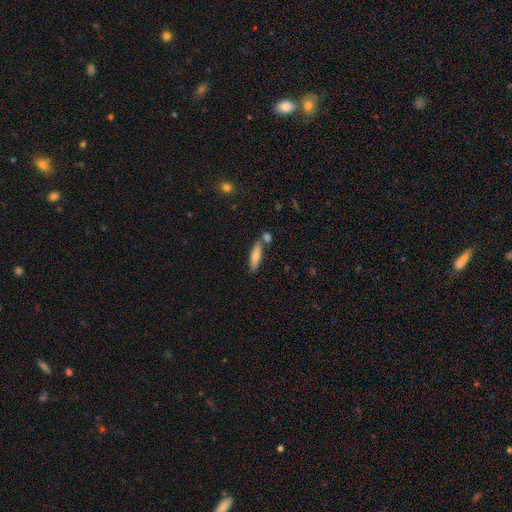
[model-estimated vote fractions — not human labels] Smooth or featured: smooth — 74% (featured or disk — 20%)
How rounded: cigar-shaped — 67% (in between — 31%)
Merging: none — 70% (merger — 15%)